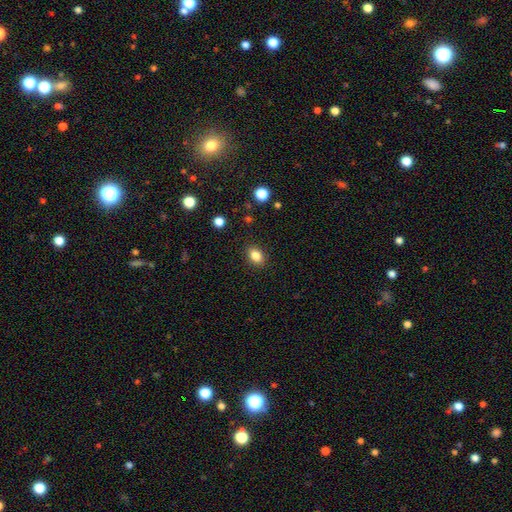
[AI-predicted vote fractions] smooth 84%, star or artifact 10%, featured or disk 6%. Down the decision tree: how rounded — in between (70%); merging — none (89%).